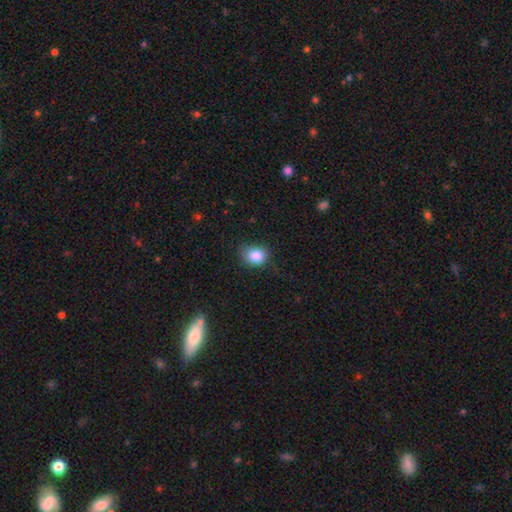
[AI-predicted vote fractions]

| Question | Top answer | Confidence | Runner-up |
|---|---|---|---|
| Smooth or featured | smooth | 85% | star or artifact (10%) |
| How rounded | round | 54% | in between (45%) |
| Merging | none | 72% | minor disturbance (22%) |